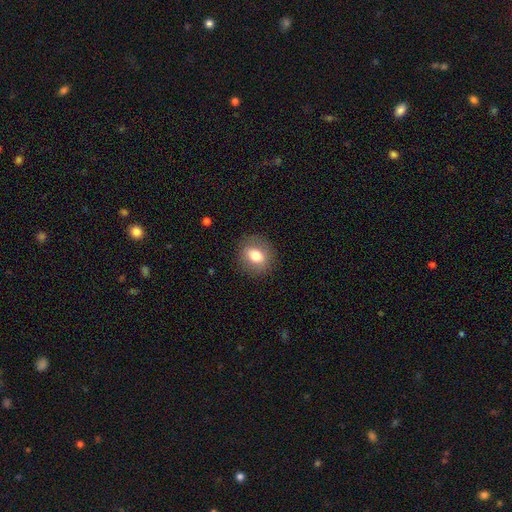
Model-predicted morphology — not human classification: The model was most divided on "how rounded": round: 63%, in between: 36%, cigar-shaped: 1%. More confident: merging — none (86%); smooth or featured — smooth (75%).